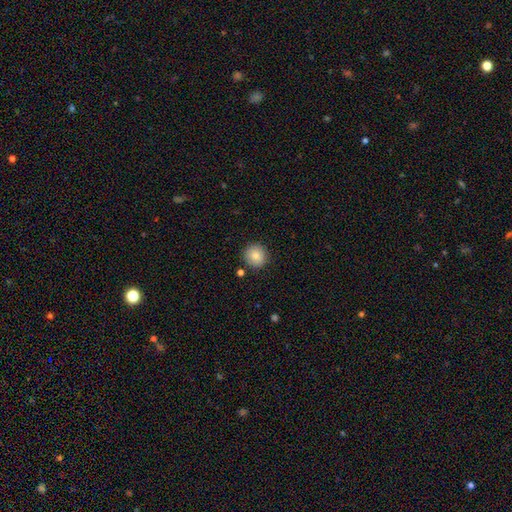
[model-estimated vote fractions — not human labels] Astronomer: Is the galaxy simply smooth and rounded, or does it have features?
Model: smooth — 83%.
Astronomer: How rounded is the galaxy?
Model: round — 94%.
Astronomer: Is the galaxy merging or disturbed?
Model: none — 89%.